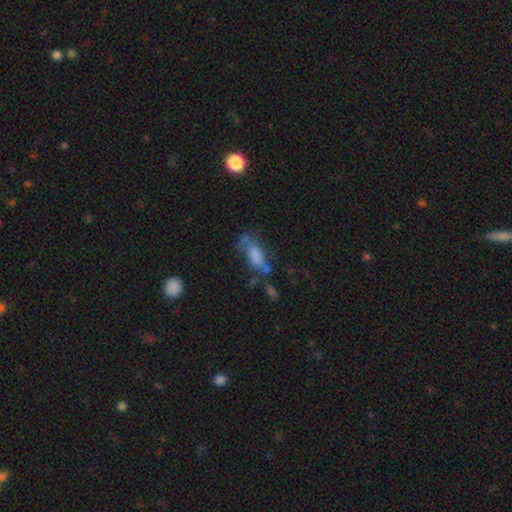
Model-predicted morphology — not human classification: smooth 62%, featured or disk 25%, star or artifact 14%. Down the decision tree: how rounded — in between (76%); merging — none (34%).